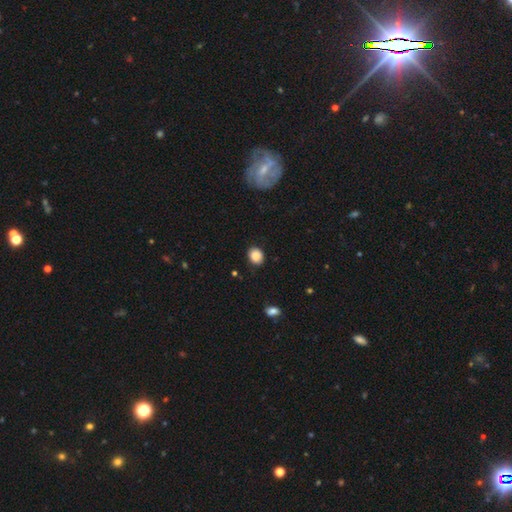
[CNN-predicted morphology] Q: Smooth or featured?
A: smooth (87%); runner-up: star or artifact (9%)
Q: How rounded?
A: round (56%); runner-up: in between (43%)
Q: Merging?
A: none (85%); runner-up: minor disturbance (11%)